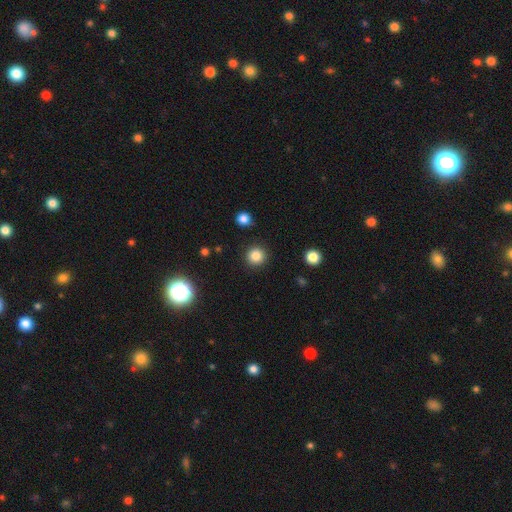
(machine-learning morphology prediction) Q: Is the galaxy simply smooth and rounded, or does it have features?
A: smooth — 85%.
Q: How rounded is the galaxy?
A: round — 94%.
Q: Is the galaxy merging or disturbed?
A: none — 91%.